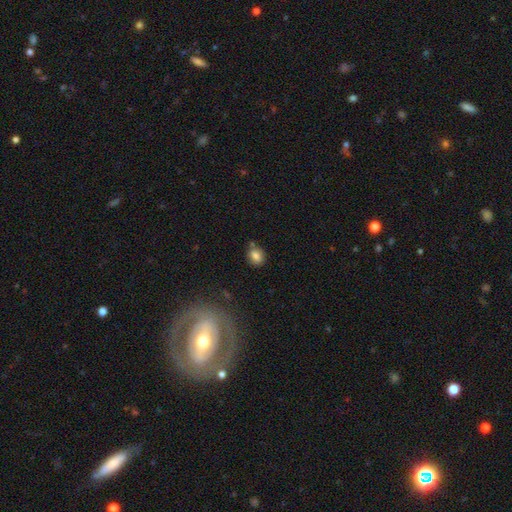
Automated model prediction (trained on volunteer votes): Smooth or featured? smooth (80%)
How rounded? round (50%)
Merging? none (67%)